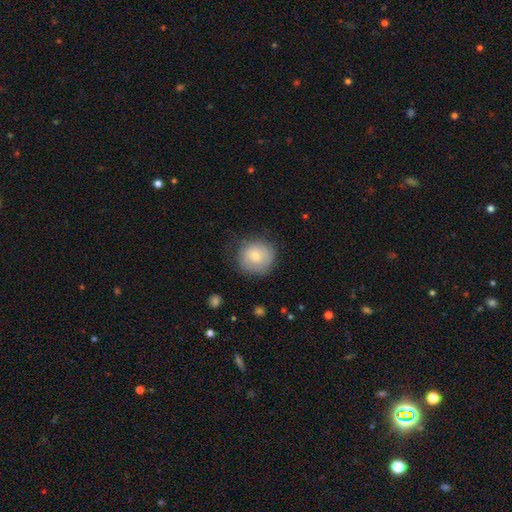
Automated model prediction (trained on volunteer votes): Q: Smooth or featured?
A: smooth (74%); runner-up: featured or disk (19%)
Q: How rounded?
A: round (88%); runner-up: in between (11%)
Q: Merging?
A: none (71%); runner-up: minor disturbance (20%)